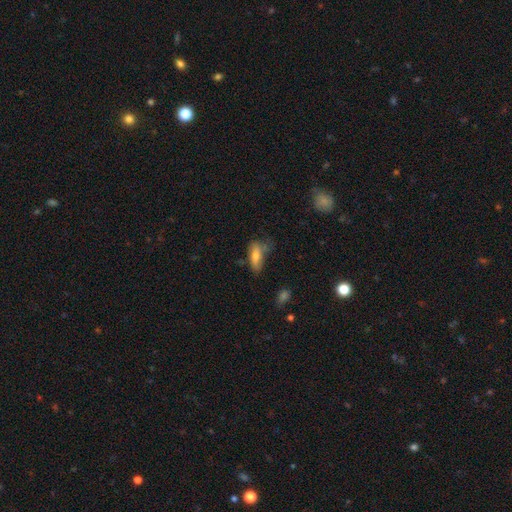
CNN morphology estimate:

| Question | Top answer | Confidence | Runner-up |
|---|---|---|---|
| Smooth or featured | smooth | 72% | featured or disk (20%) |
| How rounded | in between | 70% | cigar-shaped (27%) |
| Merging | none | 40% | minor disturbance (35%) |